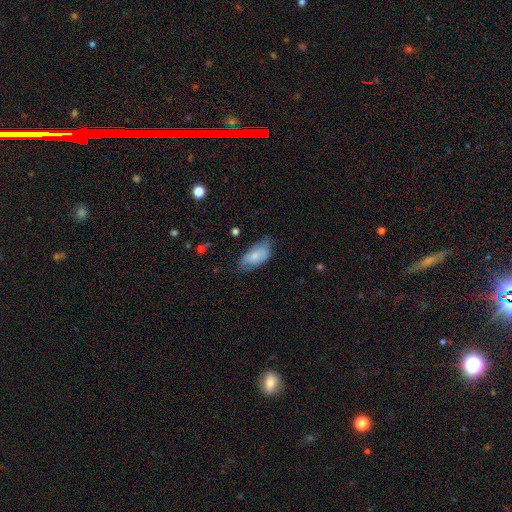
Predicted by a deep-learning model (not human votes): Morphology: type=smooth (75%); roundness=in between (93%); merging=none (63%).